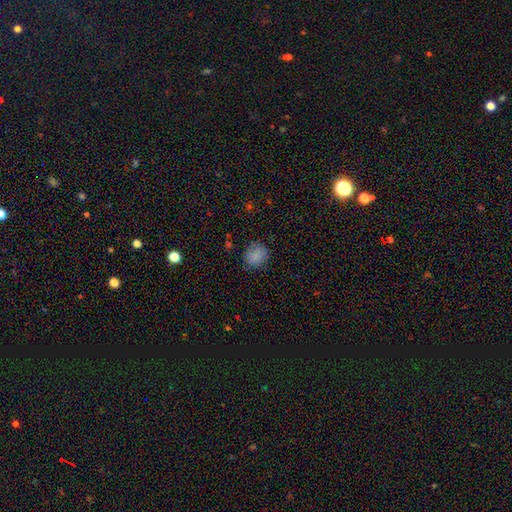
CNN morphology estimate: Smooth or featured? smooth (85%)
How rounded? round (73%)
Merging? none (82%)